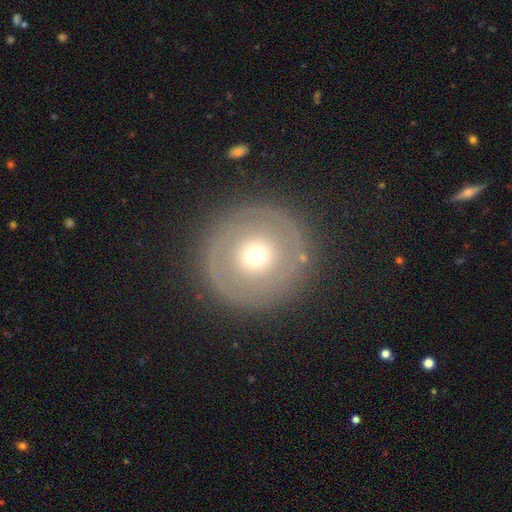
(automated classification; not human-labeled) Smooth or featured: featured or disk — 48% (smooth — 44%)
Merging: none — 85% (minor disturbance — 9%)